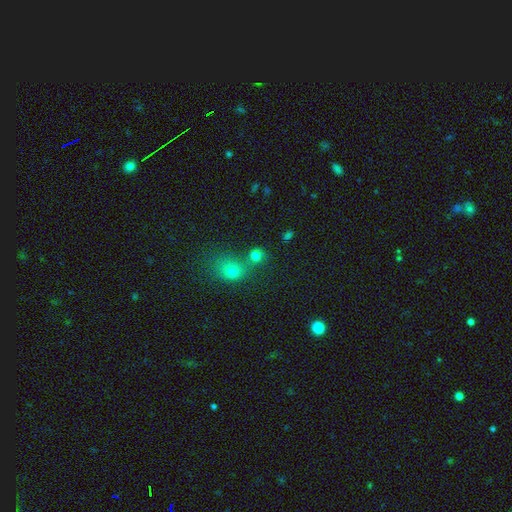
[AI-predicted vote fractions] smooth_or_featured: smooth (p=0.75) [alt: star or artifact p=0.16]
how_rounded: round (p=0.78) [alt: in between p=0.21]
merging: none (p=0.48) [alt: merger p=0.40]